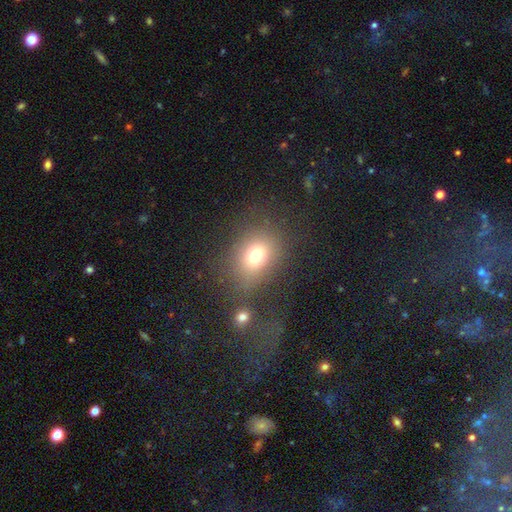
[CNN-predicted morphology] smooth 72%, star or artifact 16%, featured or disk 12%. Down the decision tree: how rounded — round (50%); merging — none (70%).